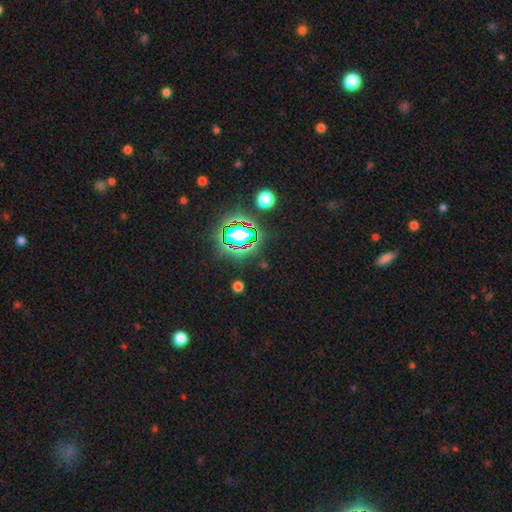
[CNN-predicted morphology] Smooth or featured?
  - star or artifact: 79% *
  - smooth: 13%
  - featured or disk: 8%